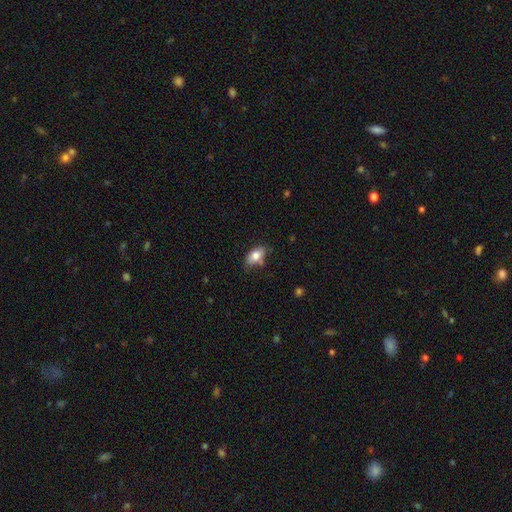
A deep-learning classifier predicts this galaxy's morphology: Q: Smooth or featured?
A: smooth (77%); runner-up: featured or disk (16%)
Q: How rounded?
A: in between (87%); runner-up: round (10%)
Q: Merging?
A: none (62%); runner-up: minor disturbance (26%)